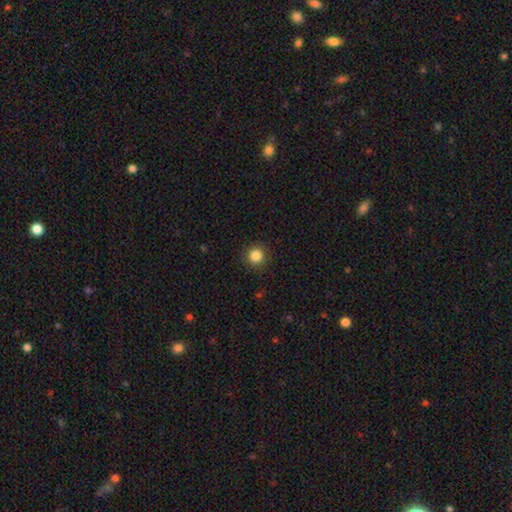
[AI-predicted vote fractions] Smooth or featured: smooth — 85% (star or artifact — 11%)
How rounded: round — 94% (in between — 5%)
Merging: none — 91% (minor disturbance — 6%)